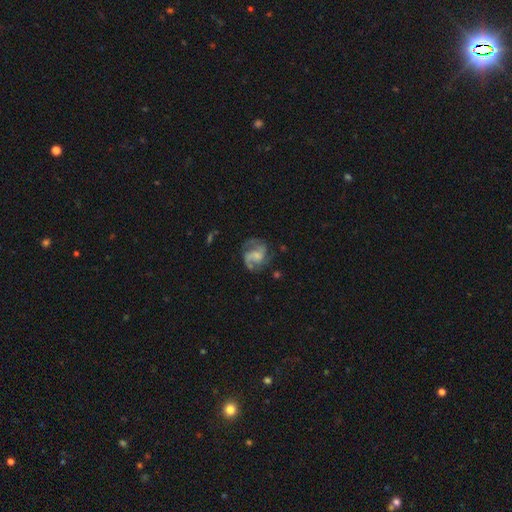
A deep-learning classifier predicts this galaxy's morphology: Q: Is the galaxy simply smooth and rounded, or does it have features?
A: featured or disk — 73%.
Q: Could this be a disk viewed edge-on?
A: no — 98%.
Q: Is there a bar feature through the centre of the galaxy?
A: no — 57%.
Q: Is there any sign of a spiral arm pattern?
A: yes — 88%.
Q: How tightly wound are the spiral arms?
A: medium — 49%.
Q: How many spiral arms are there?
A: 2 — 51%.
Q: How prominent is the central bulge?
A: small — 35%.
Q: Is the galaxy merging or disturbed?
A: none — 56%.